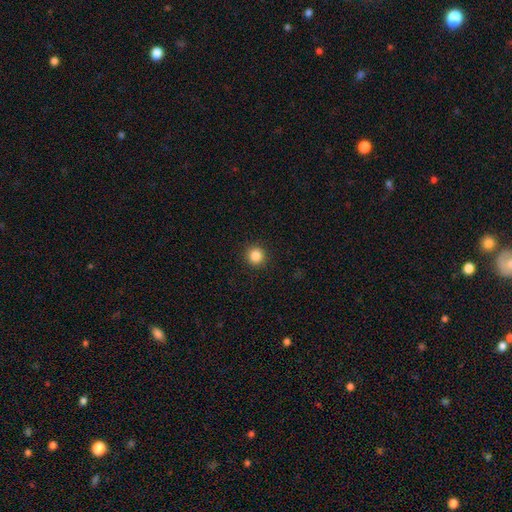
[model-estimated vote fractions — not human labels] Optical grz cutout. It shows a smooth galaxy with no disk features (85%) that is round (95%). Merging: none (92%).